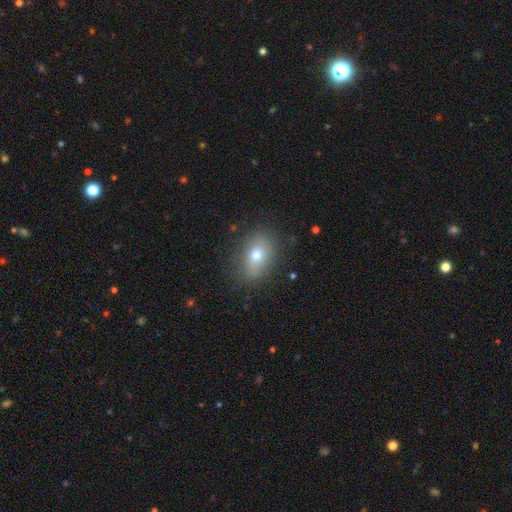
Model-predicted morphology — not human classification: Smooth or featured?
  - smooth: 72% *
  - featured or disk: 18%
  - star or artifact: 10%
How rounded?
  - in between: 79% *
  - round: 19%
  - cigar-shaped: 2%
Merging?
  - none: 82% *
  - minor disturbance: 13%
  - major disturbance: 4%
  - merger: 1%